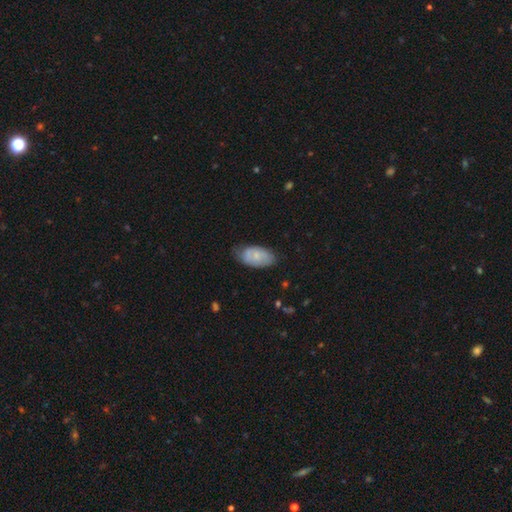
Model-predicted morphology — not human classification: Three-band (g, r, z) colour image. It shows a smooth galaxy with no disk features (61%) that is in between round and cigar-shaped (94%). Merging: none (57%).